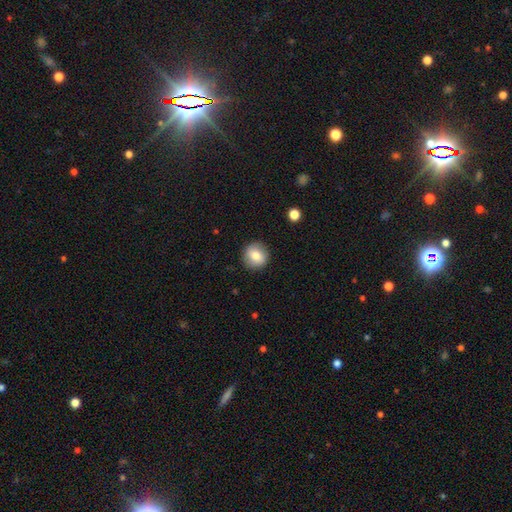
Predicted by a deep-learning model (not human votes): The model was most divided on "smooth or featured": smooth: 77%, featured or disk: 14%, star or artifact: 8%. More confident: how rounded — round (92%); merging — none (90%).